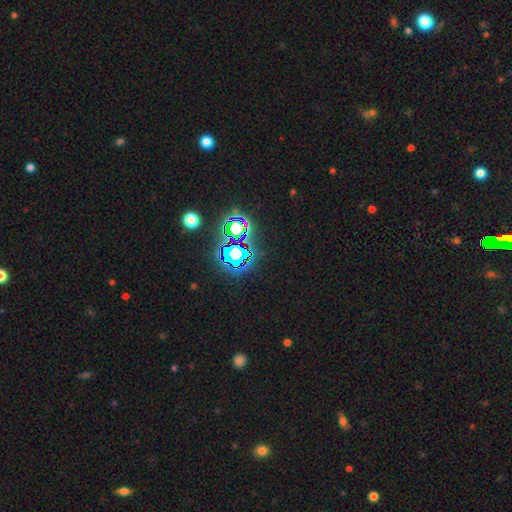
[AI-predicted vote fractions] A star or artifact, not a galaxy (79%).